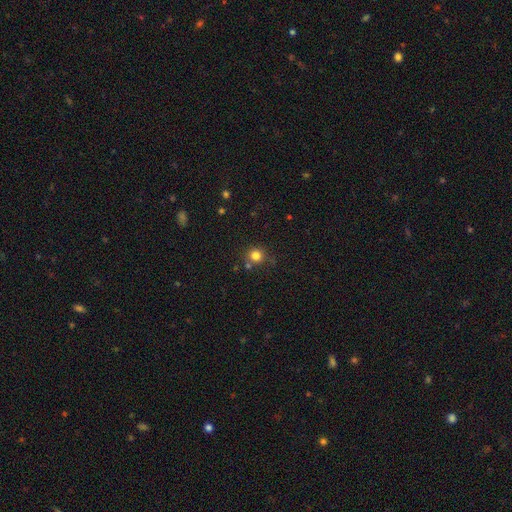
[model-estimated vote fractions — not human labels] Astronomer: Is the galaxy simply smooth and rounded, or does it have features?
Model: smooth — 81%.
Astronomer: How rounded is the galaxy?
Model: round — 91%.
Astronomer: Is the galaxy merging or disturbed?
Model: none — 77%.